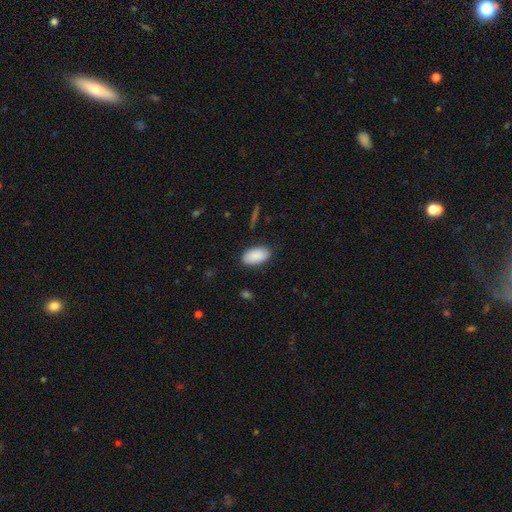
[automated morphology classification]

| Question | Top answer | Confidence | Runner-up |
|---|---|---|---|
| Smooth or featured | smooth | 90% | star or artifact (6%) |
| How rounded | in between | 95% | round (4%) |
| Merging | none | 84% | minor disturbance (12%) |